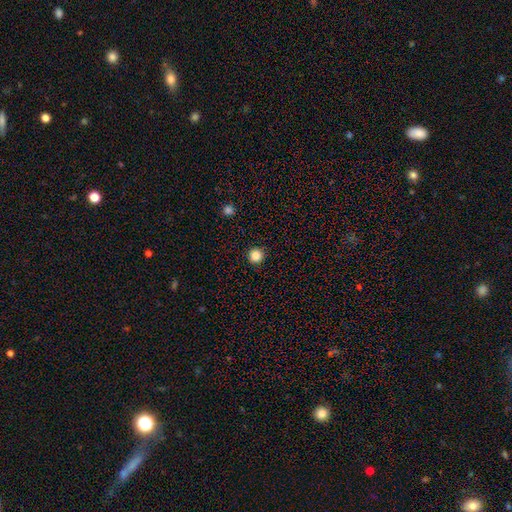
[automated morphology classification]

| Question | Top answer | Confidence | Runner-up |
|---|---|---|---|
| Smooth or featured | smooth | 85% | star or artifact (11%) |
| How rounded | round | 96% | in between (3%) |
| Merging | none | 94% | minor disturbance (4%) |